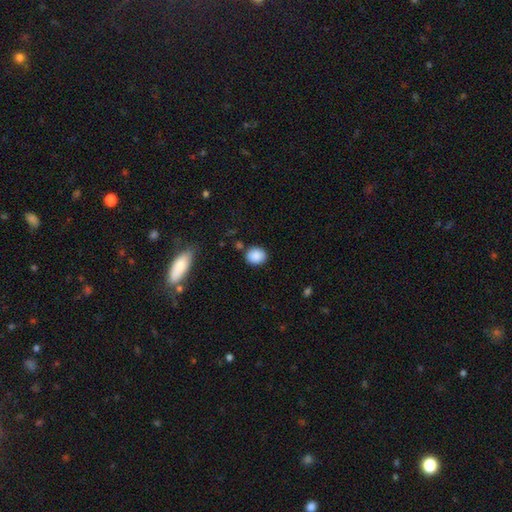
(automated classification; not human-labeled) Smooth or featured: smooth — 88% (star or artifact — 8%)
How rounded: round — 63% (in between — 36%)
Merging: none — 84% (minor disturbance — 10%)